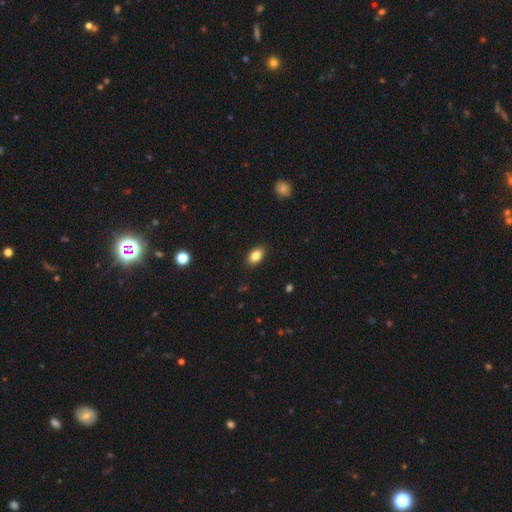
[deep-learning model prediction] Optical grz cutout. It shows a smooth galaxy with no disk features (84%) that is in between round and cigar-shaped (87%). Merging: none (88%).